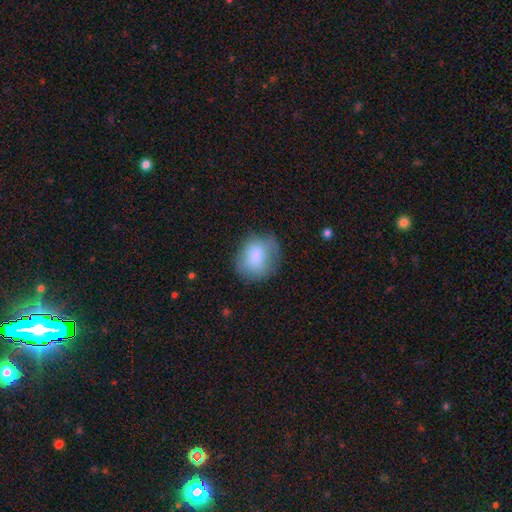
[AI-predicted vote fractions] Smooth or featured?
  - smooth: 78% *
  - featured or disk: 14%
  - star or artifact: 7%
How rounded?
  - round: 60% *
  - in between: 39%
  - cigar-shaped: 1%
Merging?
  - none: 69% *
  - minor disturbance: 22%
  - major disturbance: 8%
  - merger: 1%